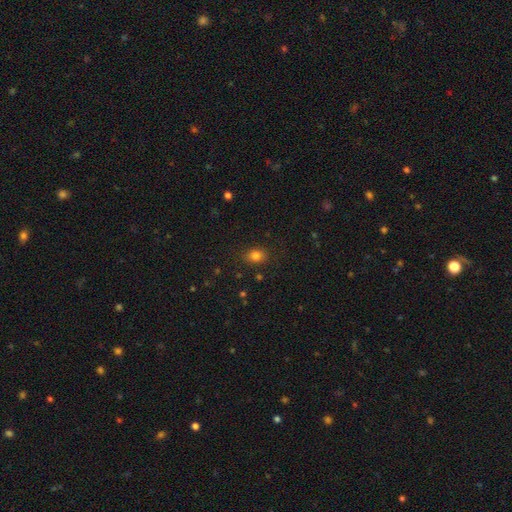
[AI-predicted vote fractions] Overall: smooth (81%). How rounded: in between (54%; round 45%). Merging: none (86%).